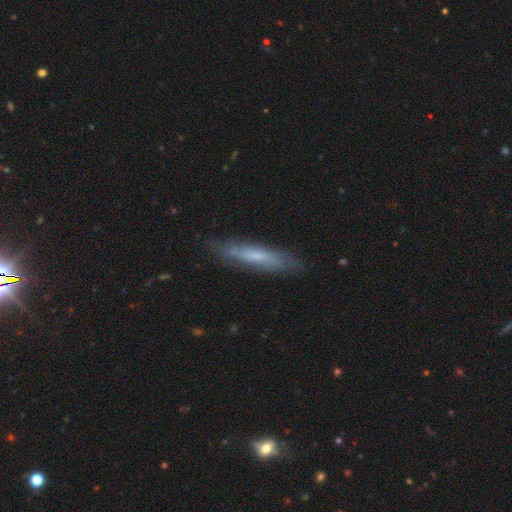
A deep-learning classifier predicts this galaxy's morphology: Q: Smooth or featured?
A: smooth (54%); runner-up: featured or disk (39%)
Q: How rounded?
A: cigar-shaped (85%); runner-up: in between (13%)
Q: Merging?
A: none (81%); runner-up: minor disturbance (15%)